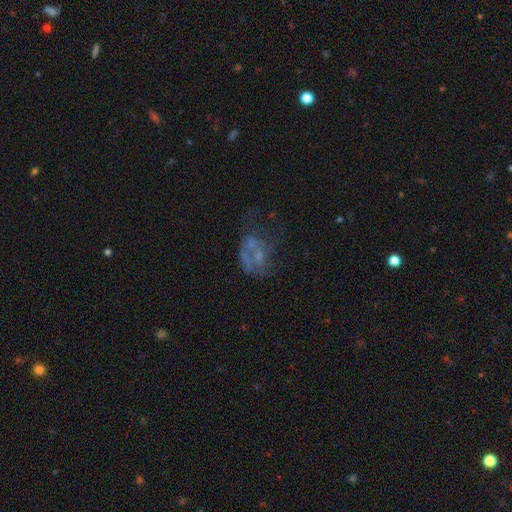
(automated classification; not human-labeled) This is possibly a featured or disk galaxy (56%). It is clearly not viewed edge-on (98%). Bar: clearly no (87%). Spiral arm pattern: clearly no (86%). Central bulge: likely none (63%). Merging: marginally major disturbance (38%).